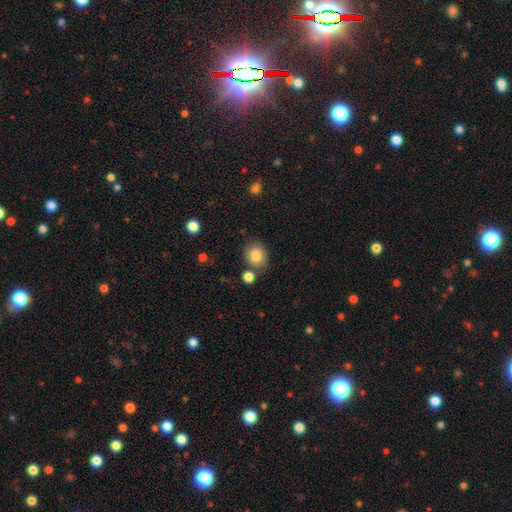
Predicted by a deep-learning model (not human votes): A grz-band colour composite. It shows a smooth galaxy with no disk features (83%) that is round (68%). Merging: none (73%).